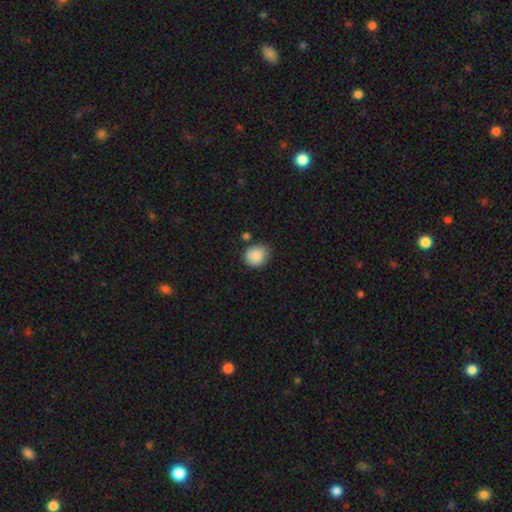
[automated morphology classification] type=smooth (88%); roundness=round (74%); merging=none (75%).